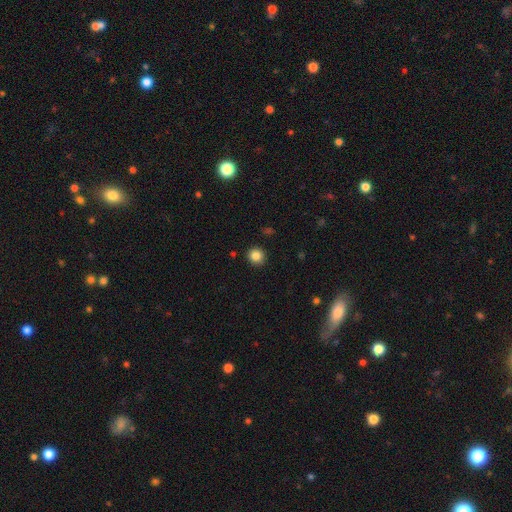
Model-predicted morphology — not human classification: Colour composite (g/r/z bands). It shows a smooth galaxy with no disk features (85%) that is round (92%). Merging: none (91%).